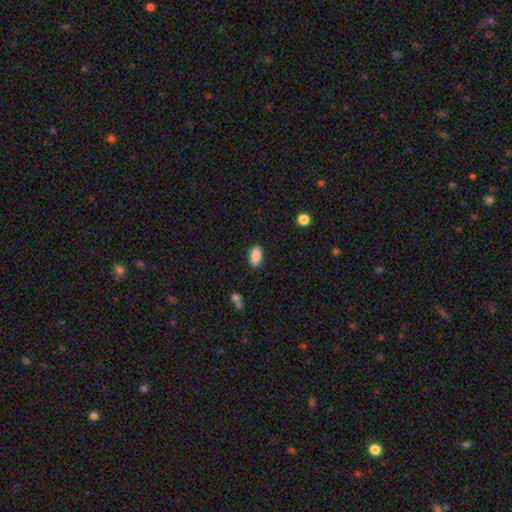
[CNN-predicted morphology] smooth_or_featured: smooth (p=0.89) [alt: star or artifact p=0.07]
how_rounded: in between (p=0.93) [alt: cigar-shaped p=0.04]
merging: none (p=0.87) [alt: minor disturbance p=0.10]